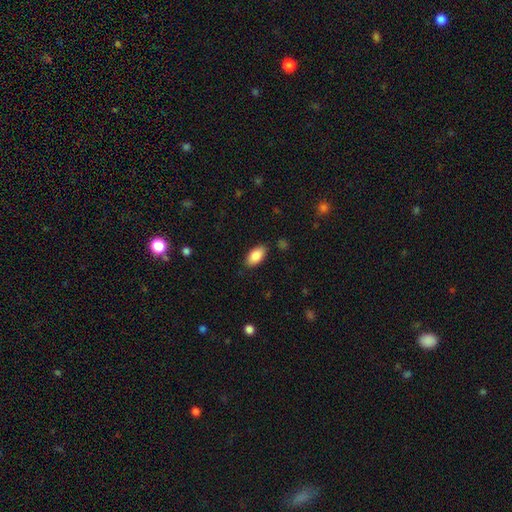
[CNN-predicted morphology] Overall: smooth (86%). How rounded: in between (93%). Merging: none (85%).